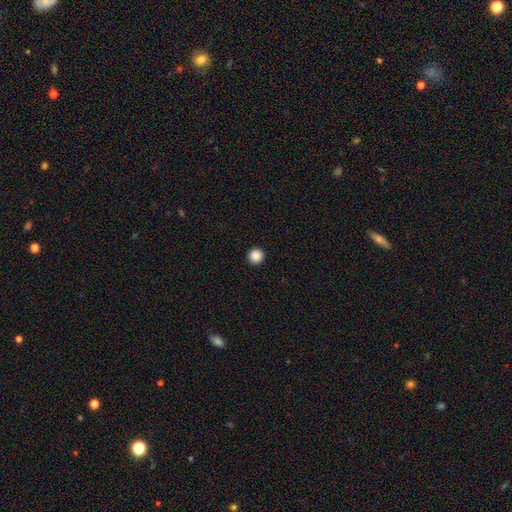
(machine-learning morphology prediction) smooth-or-featured: smooth: 88% | star or artifact: 10% | featured or disk: 2%
  how-rounded: round: 97% | in between: 2% | cigar-shaped: 1%
  merging: none: 94% | minor disturbance: 3% | major disturbance: 1% | merger: 1%